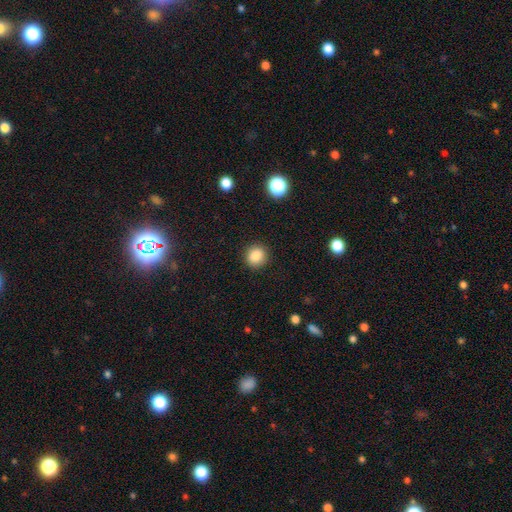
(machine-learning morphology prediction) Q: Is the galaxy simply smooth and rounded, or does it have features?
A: smooth — 86%.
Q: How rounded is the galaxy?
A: round — 88%.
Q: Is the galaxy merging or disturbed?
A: none — 90%.